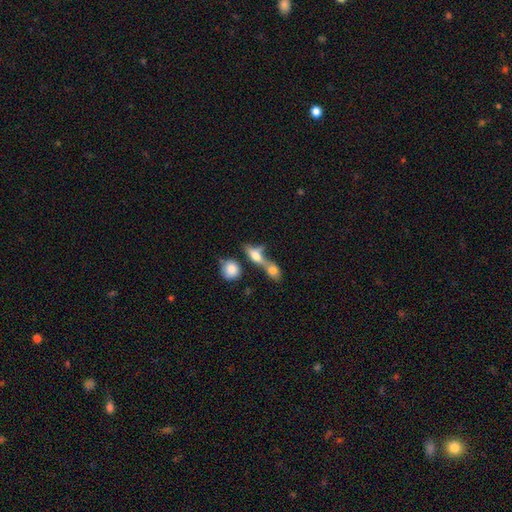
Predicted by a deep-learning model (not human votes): This is likely a smooth galaxy (62%). How rounded: possibly in between (55%). Merging: possibly merger (58%).